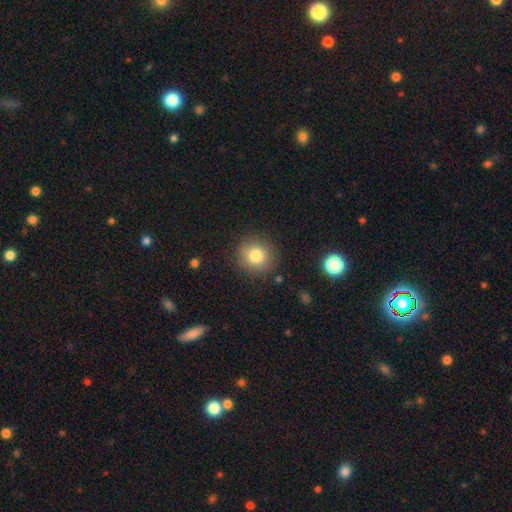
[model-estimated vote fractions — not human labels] A smooth galaxy with no disk features (80%) that is round (90%). Merging: none (86%).